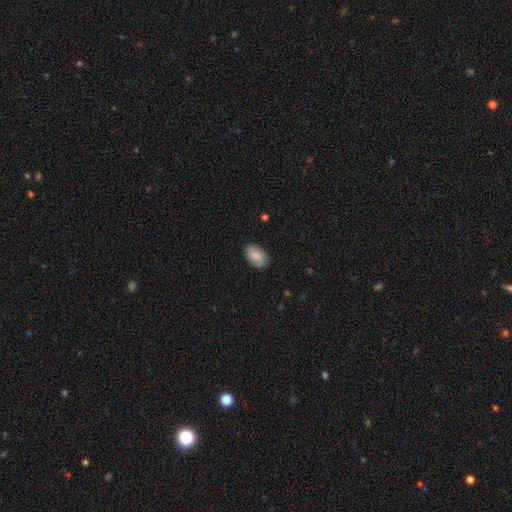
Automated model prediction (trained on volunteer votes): This appears to be a smooth galaxy with no disk features (80%) that is in between round and cigar-shaped (90%). Merging: none (83%).